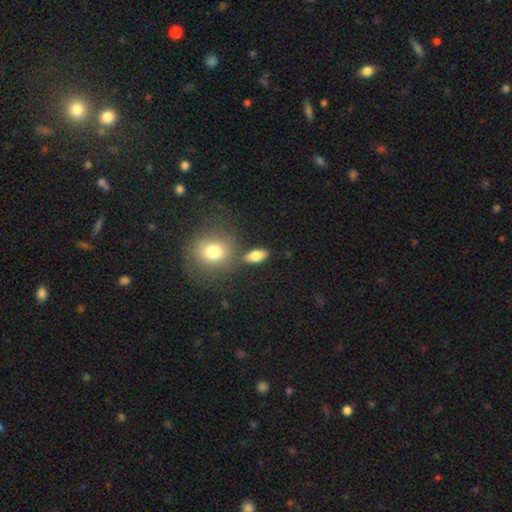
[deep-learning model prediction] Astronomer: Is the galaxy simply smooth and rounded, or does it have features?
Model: smooth — 80%.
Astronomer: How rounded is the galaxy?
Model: in between — 81%.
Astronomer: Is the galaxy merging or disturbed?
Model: none — 74%.